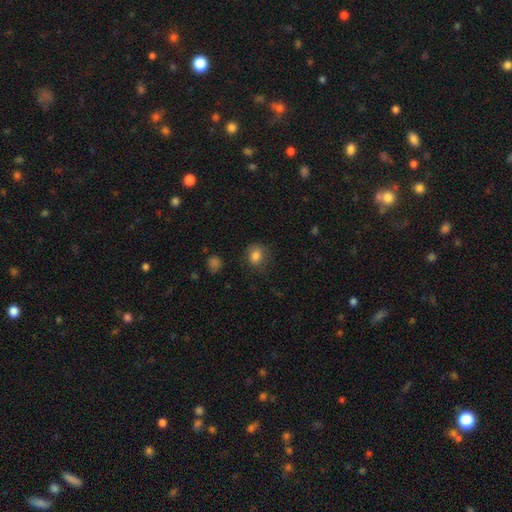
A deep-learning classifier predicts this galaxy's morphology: Smooth or featured? smooth (83%)
How rounded? round (63%)
Merging? none (78%)